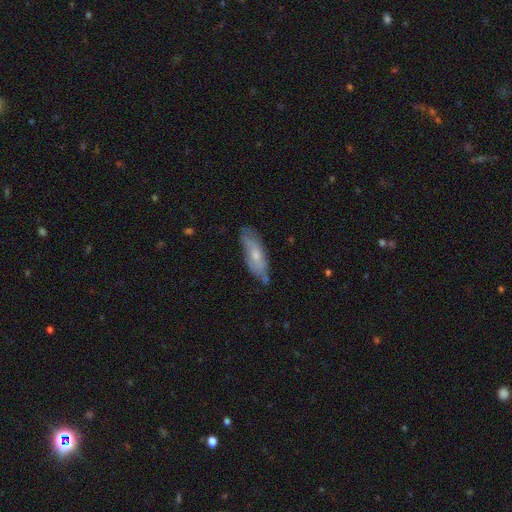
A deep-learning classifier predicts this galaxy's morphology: Smooth or featured: smooth — 49% (featured or disk — 44%)
Merging: none — 66% (minor disturbance — 26%)